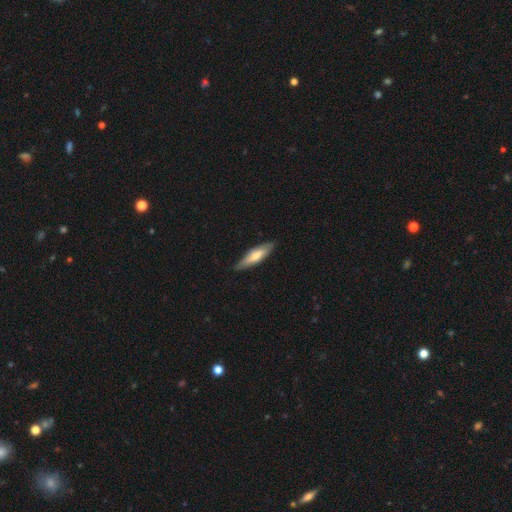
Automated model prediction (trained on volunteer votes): Smooth or featured? smooth (53%)
How rounded? cigar-shaped (65%)
Merging? none (82%)